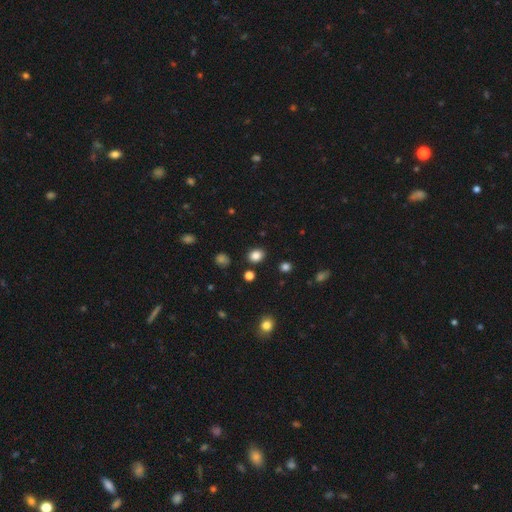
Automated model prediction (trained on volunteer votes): Smooth or featured? smooth (84%)
How rounded? round (55%)
Merging? none (86%)